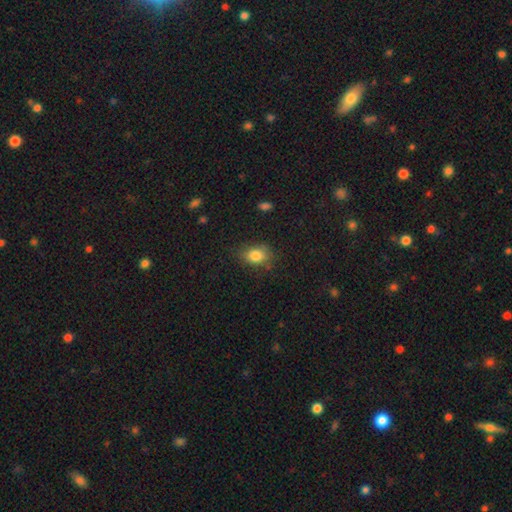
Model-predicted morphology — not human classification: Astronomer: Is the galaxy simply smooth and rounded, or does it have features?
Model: smooth — 83%.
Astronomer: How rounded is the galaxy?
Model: in between — 68%.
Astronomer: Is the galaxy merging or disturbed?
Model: none — 74%.